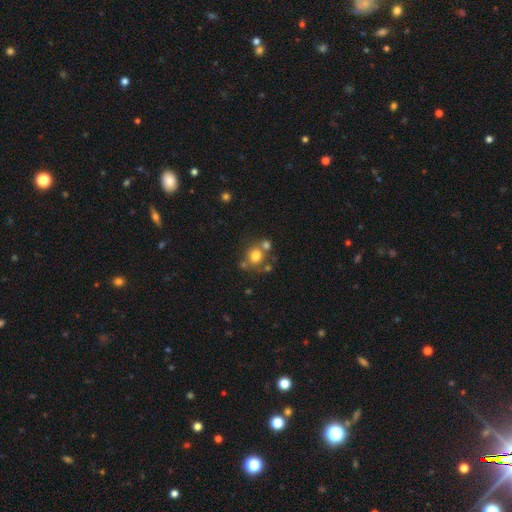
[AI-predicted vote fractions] Smooth or featured?
  - smooth: 75% *
  - star or artifact: 13%
  - featured or disk: 12%
How rounded?
  - round: 87% *
  - in between: 12%
  - cigar-shaped: 1%
Merging?
  - none: 59% *
  - merger: 27%
  - minor disturbance: 10%
  - major disturbance: 4%